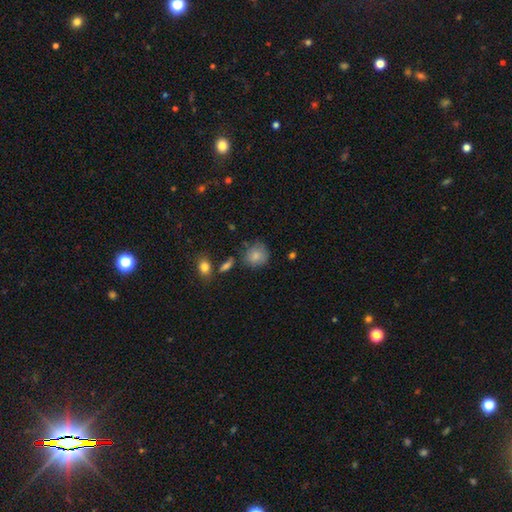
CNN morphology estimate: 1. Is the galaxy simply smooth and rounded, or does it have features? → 81% smooth, 10% featured or disk, 8% star or artifact.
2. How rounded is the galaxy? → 79% round, 20% in between, 1% cigar-shaped.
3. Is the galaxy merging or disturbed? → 66% none, 23% minor disturbance, 6% major disturbance, 5% merger.